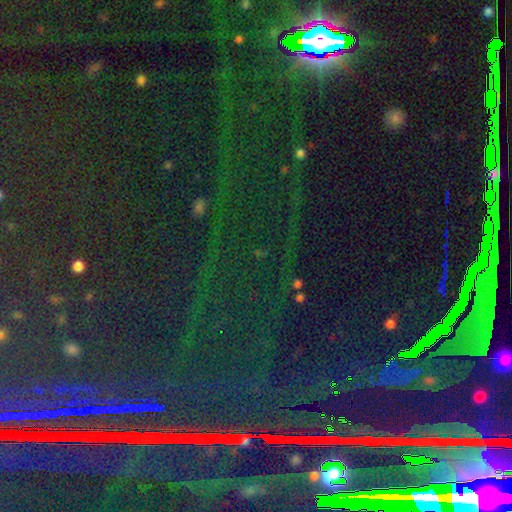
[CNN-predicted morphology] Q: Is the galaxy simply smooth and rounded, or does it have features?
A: star or artifact — 86%.